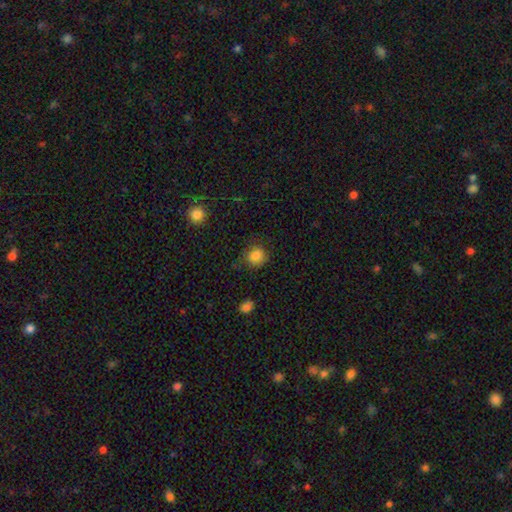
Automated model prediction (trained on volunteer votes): smooth 84%, star or artifact 11%, featured or disk 5%. Down the decision tree: how rounded — round (80%); merging — none (76%).